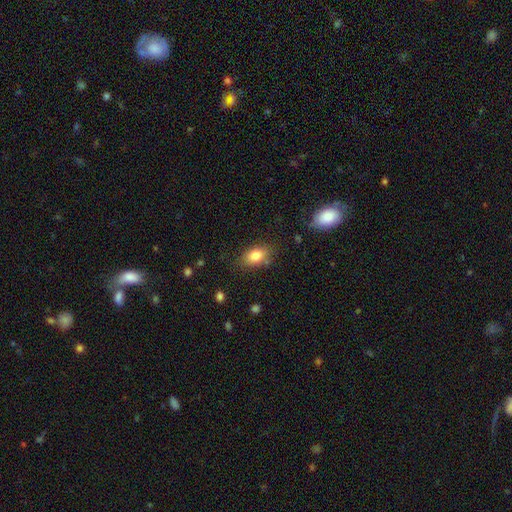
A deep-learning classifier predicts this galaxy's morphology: Q: Smooth or featured?
A: smooth (82%); runner-up: featured or disk (9%)
Q: How rounded?
A: in between (85%); runner-up: round (12%)
Q: Merging?
A: none (78%); runner-up: minor disturbance (16%)